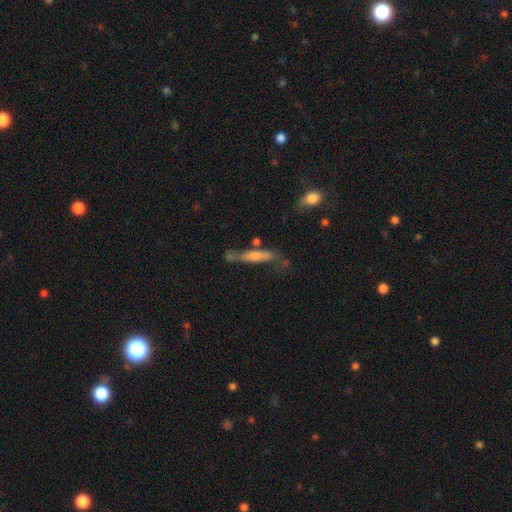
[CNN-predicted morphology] Smooth or featured? smooth (56%)
How rounded? cigar-shaped (86%)
Merging? none (50%)